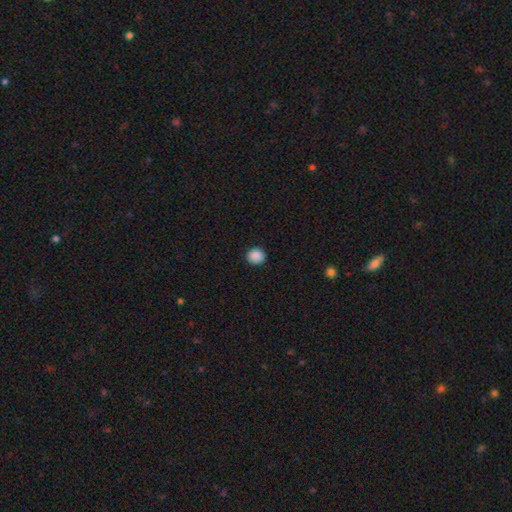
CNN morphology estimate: This appears to be a smooth galaxy with no disk features (89%) that is round (87%). Merging: none (91%).